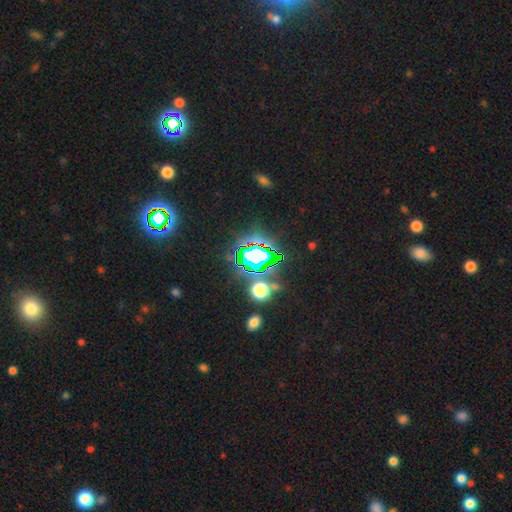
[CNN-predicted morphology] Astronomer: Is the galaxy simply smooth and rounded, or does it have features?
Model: star or artifact — 74%.